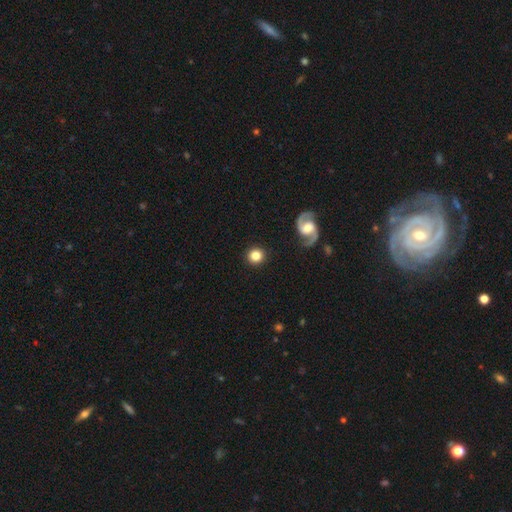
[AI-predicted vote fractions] Overall: smooth (78%). How rounded: round (94%). Merging: none (90%).